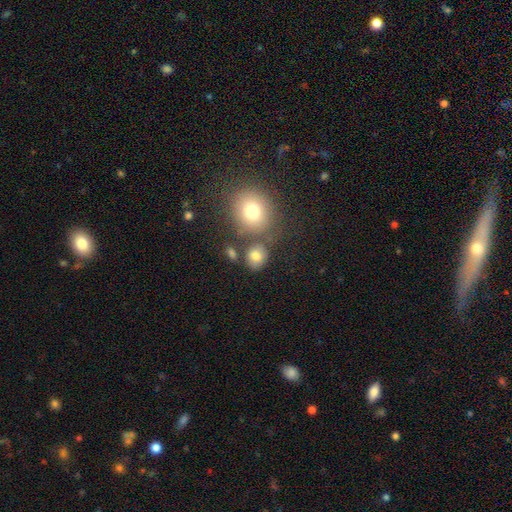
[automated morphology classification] This is likely a smooth galaxy (78%). How rounded: likely round (69%). Merging: likely none (69%).